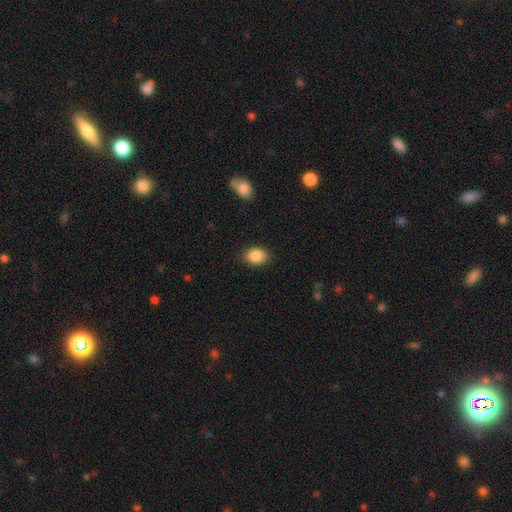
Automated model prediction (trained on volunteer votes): smooth_or_featured: smooth (p=0.88) [alt: star or artifact p=0.08]
how_rounded: in between (p=0.67) [alt: round p=0.32]
merging: none (p=0.87) [alt: minor disturbance p=0.10]